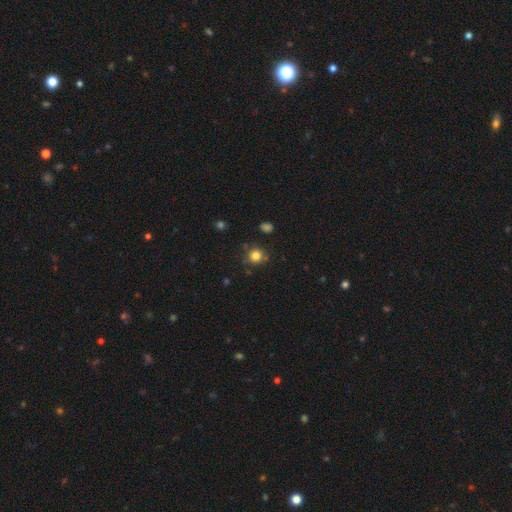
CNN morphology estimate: smooth-or-featured: smooth: 81% | star or artifact: 13% | featured or disk: 6%
  how-rounded: round: 90% | in between: 9% | cigar-shaped: 1%
  merging: none: 81% | minor disturbance: 11% | merger: 4% | major disturbance: 3%